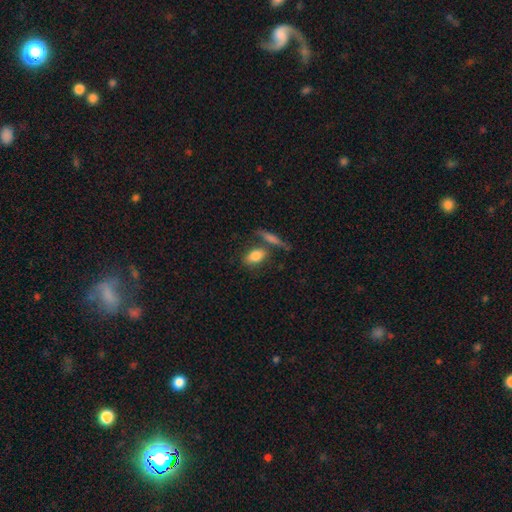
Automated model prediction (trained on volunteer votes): A smooth galaxy with no disk features (81%) that is in between round and cigar-shaped (83%).

Vote fractions:
- Smooth or featured? smooth: 81% / featured or disk: 11% / star or artifact: 8%
- How rounded? in between: 83% / cigar-shaped: 9% / round: 8%
- Merging? none: 60% / merger: 21% / minor disturbance: 14% / major disturbance: 5%